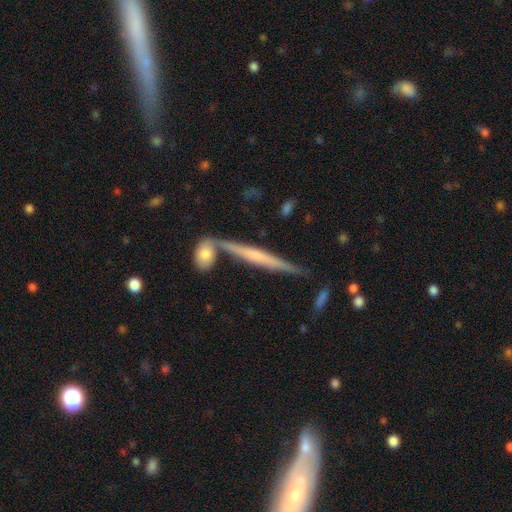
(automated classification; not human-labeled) Morphology: type=featured or disk (62%); edge-on=yes (96%); edge-on bulge=none (49%); merging=none (73%).